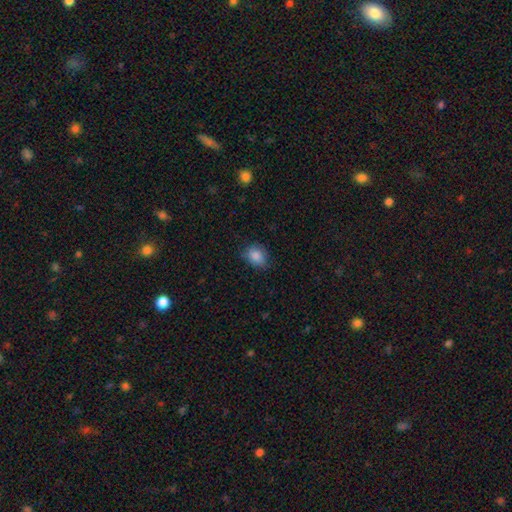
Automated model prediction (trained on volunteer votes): smooth_or_featured: smooth (p=0.86) [alt: star or artifact p=0.09]
how_rounded: in between (p=0.55) [alt: round p=0.44]
merging: none (p=0.76) [alt: minor disturbance p=0.19]